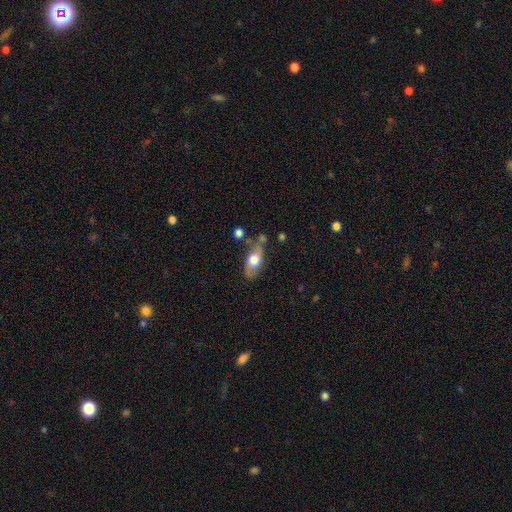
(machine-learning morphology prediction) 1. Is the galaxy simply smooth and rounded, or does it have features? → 54% smooth, 38% featured or disk, 8% star or artifact.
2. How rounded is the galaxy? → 79% in between, 14% cigar-shaped, 7% round.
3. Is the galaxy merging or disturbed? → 66% none, 20% minor disturbance, 9% merger, 6% major disturbance.